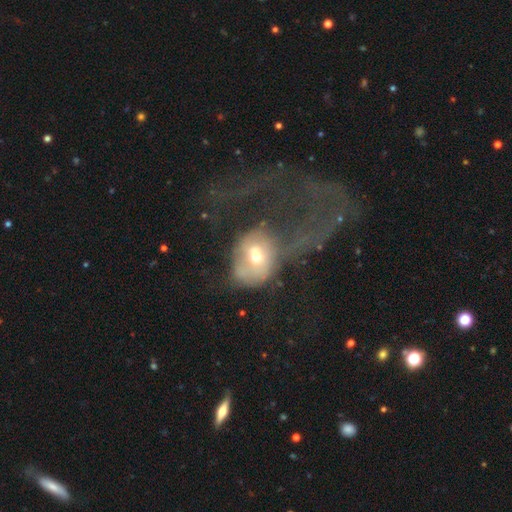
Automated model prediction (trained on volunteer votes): smooth_or_featured: smooth (p=0.51) [alt: featured or disk p=0.38]
how_rounded: round (p=0.56) [alt: in between p=0.43]
merging: major disturbance (p=0.66) [alt: none p=0.16]